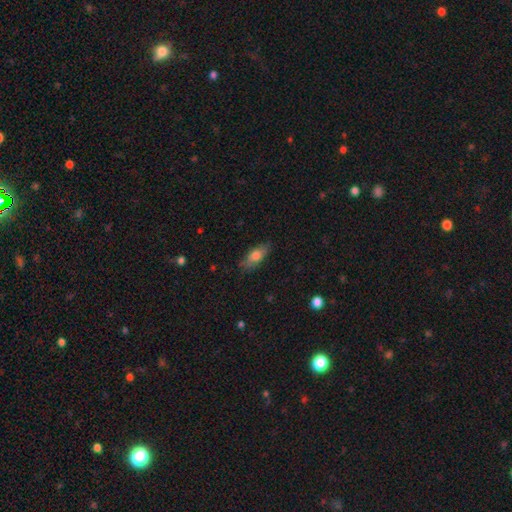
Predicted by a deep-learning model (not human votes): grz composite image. It shows a smooth galaxy with no disk features (72%) that is in between round and cigar-shaped (75%). Merging: none (80%).